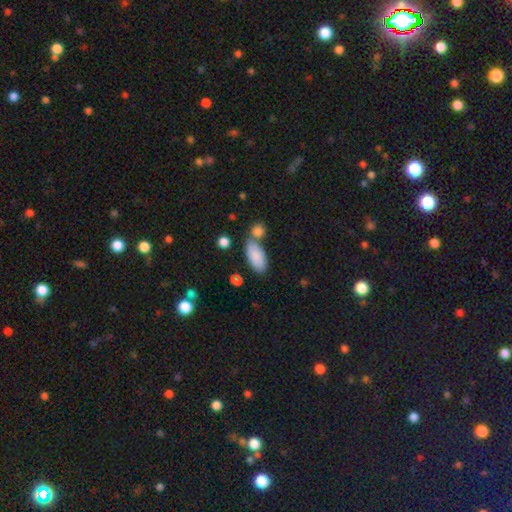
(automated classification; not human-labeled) A smooth galaxy with no disk features (86%) that is in between round and cigar-shaped (88%).

Vote fractions:
- Smooth or featured? smooth: 86% / featured or disk: 7% / star or artifact: 7%
- How rounded? in between: 88% / cigar-shaped: 7% / round: 5%
- Merging? none: 60% / merger: 23% / minor disturbance: 13% / major disturbance: 4%